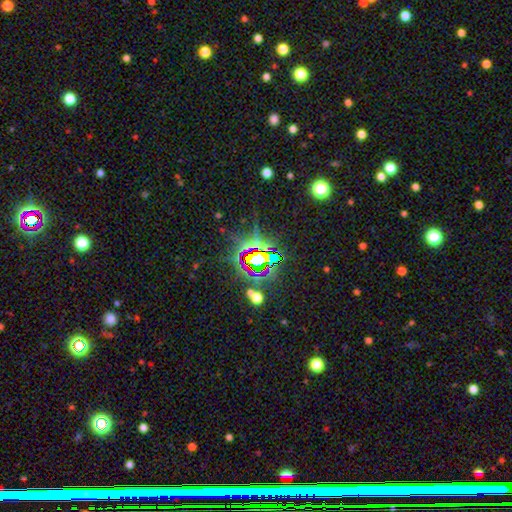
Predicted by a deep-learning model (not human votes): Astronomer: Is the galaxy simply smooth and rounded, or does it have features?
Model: star or artifact — 78%.